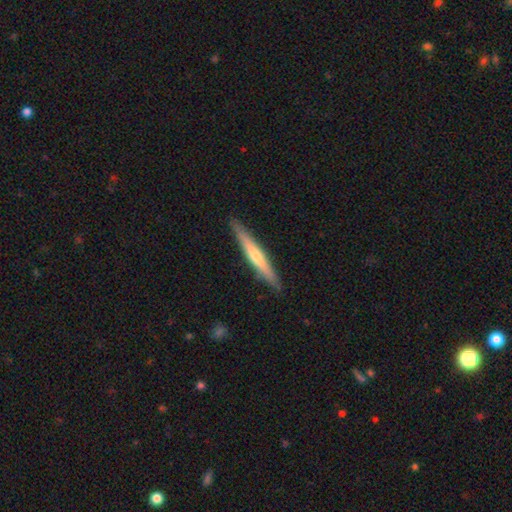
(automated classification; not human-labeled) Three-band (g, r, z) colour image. It shows a featured or disk galaxy (57%) viewed edge-on (96%) with a rounded central bulge (64%). Merging: none (91%).